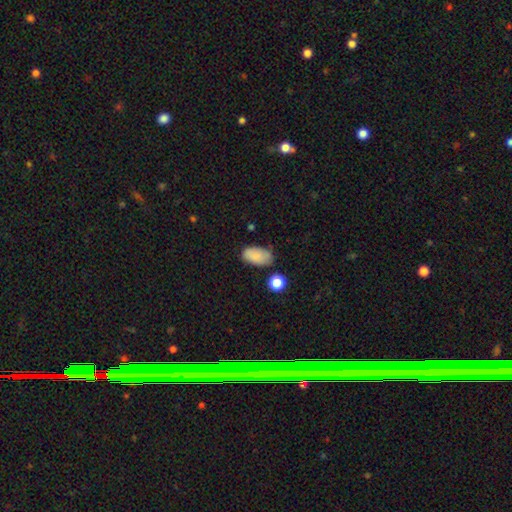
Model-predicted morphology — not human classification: smooth-or-featured: smooth: 85% | star or artifact: 8% | featured or disk: 7%
  how-rounded: in between: 93% | round: 5% | cigar-shaped: 2%
  merging: none: 68% | minor disturbance: 22% | major disturbance: 5% | merger: 5%